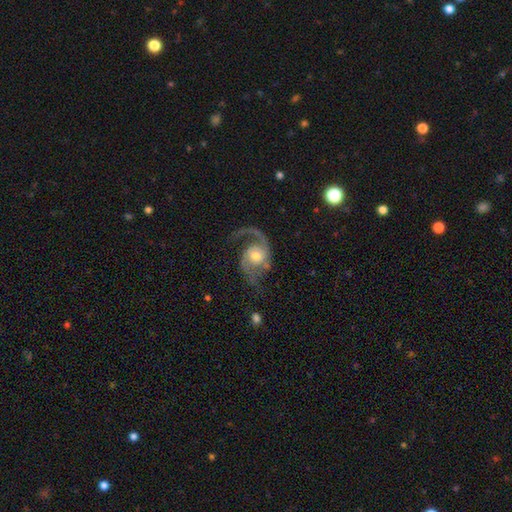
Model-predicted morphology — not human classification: smooth-or-featured: featured or disk: 89% | smooth: 6% | star or artifact: 5%
  disk-edge-on: no: 98% | yes: 2%
    bar: no: 68% | weak: 26% | strong: 6%
    has-spiral-arms: yes: 97% | no: 3%
      spiral-winding: medium: 47% | loose: 43% | tight: 10%
      spiral-arm-count: 2: 85% | 1: 10% | can't tell: 2% | 3: 1% | 4: 1% | more than 4: 1%
    bulge-size: moderate: 60% | small: 24% | large: 13% | none: 2% | dominant: 2%
  merging: none: 64% | major disturbance: 17% | minor disturbance: 16% | merger: 2%